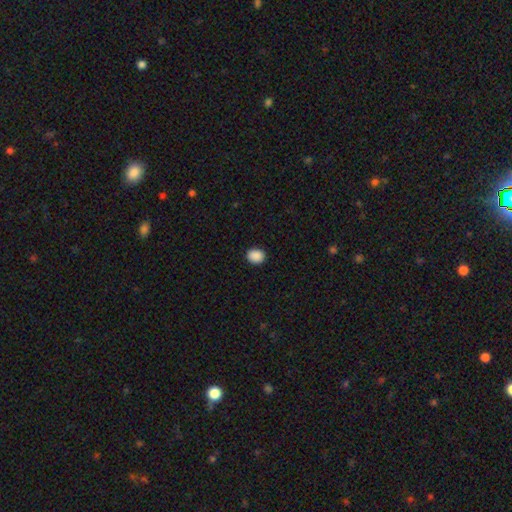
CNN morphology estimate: This is clearly a smooth galaxy (90%). How rounded: possibly round (51%). Merging: clearly none (91%).